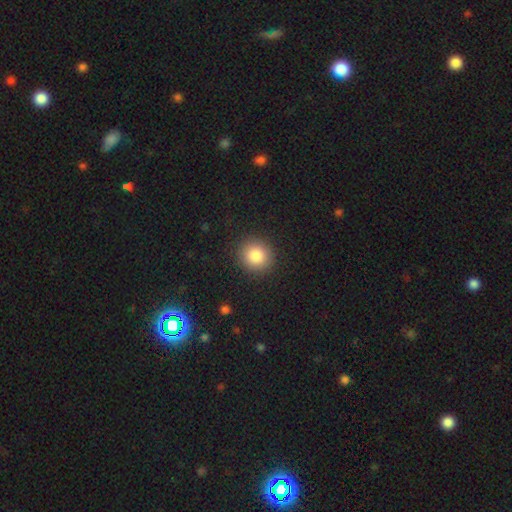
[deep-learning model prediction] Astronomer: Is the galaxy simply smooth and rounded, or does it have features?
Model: smooth — 85%.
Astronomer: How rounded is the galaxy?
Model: round — 89%.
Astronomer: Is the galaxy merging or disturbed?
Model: none — 91%.